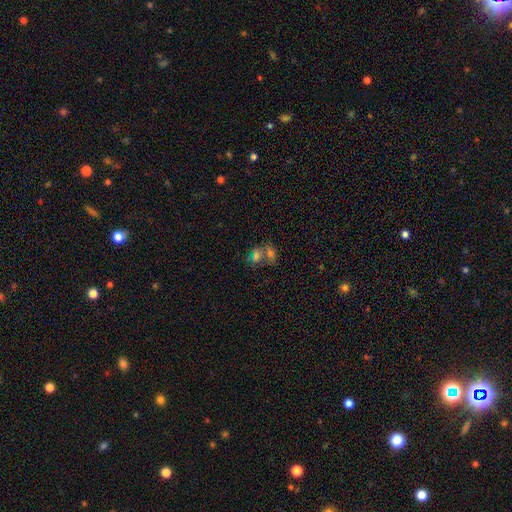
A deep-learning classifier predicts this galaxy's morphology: A smooth galaxy with no disk features (57%) that is in between round and cigar-shaped (71%).

Vote fractions:
- Smooth or featured? smooth: 57% / star or artifact: 22% / featured or disk: 21%
- How rounded? in between: 71% / round: 26% / cigar-shaped: 4%
- Merging? merger: 56% / none: 29% / minor disturbance: 9% / major disturbance: 7%